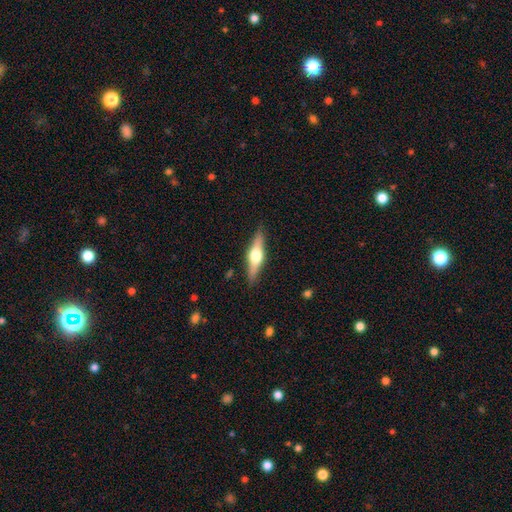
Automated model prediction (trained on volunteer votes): A featured or disk galaxy (65%) viewed edge-on (96%) with a rounded central bulge (95%).

Vote fractions:
- Smooth or featured? featured or disk: 65% / smooth: 30% / star or artifact: 6%
- Edge-on disk? yes: 96% / no: 4%
- Edge-on bulge? rounded: 95% / boxy: 4% / none: 2%
- Merging? none: 88% / minor disturbance: 9% / major disturbance: 2% / merger: 1%